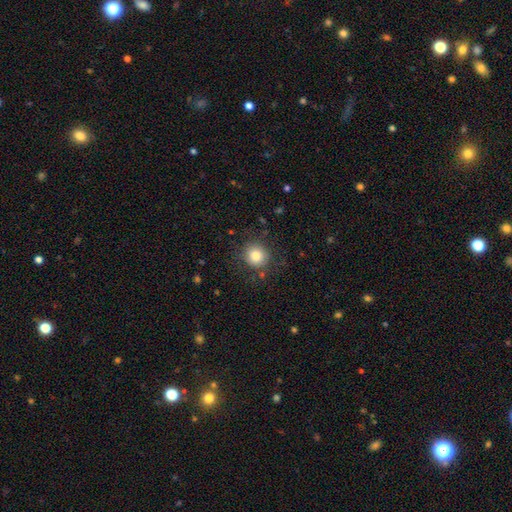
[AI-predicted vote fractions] Q: Smooth or featured?
A: smooth (82%); runner-up: star or artifact (11%)
Q: How rounded?
A: round (90%); runner-up: in between (9%)
Q: Merging?
A: none (84%); runner-up: minor disturbance (10%)